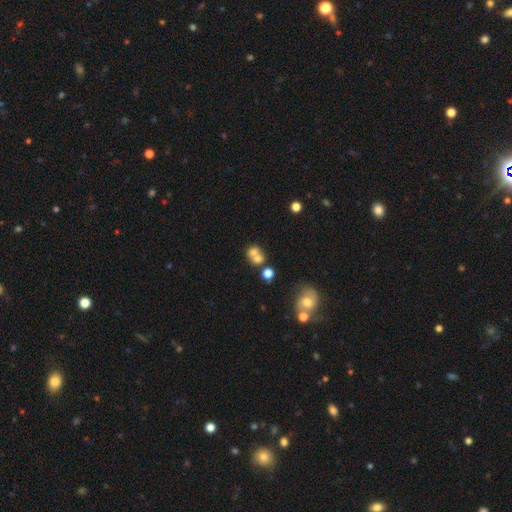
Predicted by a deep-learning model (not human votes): smooth-or-featured: smooth: 67% | featured or disk: 20% | star or artifact: 13%
  how-rounded: round: 68% | in between: 31% | cigar-shaped: 1%
  merging: merger: 59% | none: 30% | minor disturbance: 7% | major disturbance: 4%